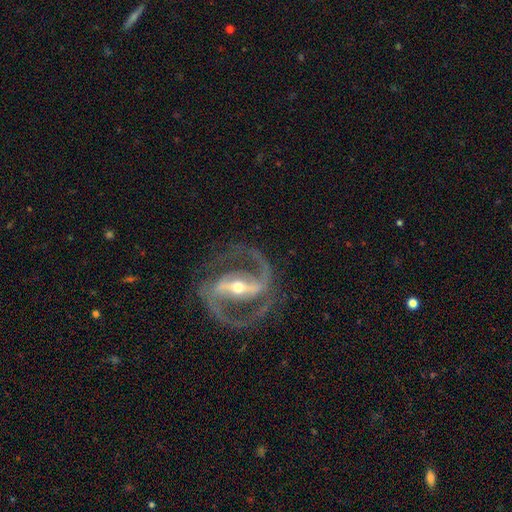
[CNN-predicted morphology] Smooth or featured? Predicted: featured or disk (p=0.93). Edge-on disk? Predicted: no (p=0.96). Bar? Predicted: strong (p=0.73). Spiral arms? Predicted: yes (p=0.98). Spiral winding? Predicted: medium (p=0.62). Spiral arm count? Predicted: 2 (p=0.94). Bulge size? Predicted: small (p=0.52). Merging? Predicted: none (p=0.82).